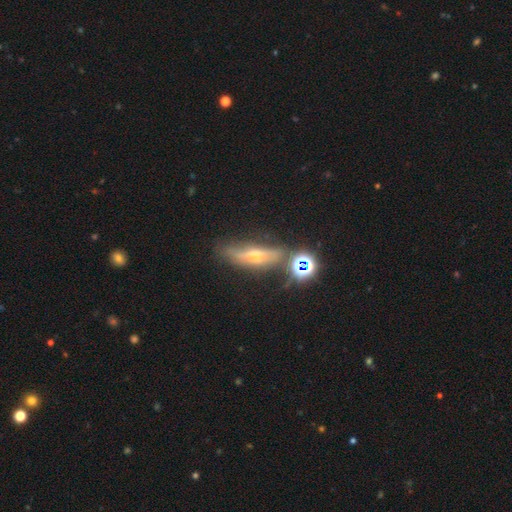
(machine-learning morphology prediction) This appears to be a featured or disk galaxy (58%) viewed edge-on (78%). Merging: none (65%).